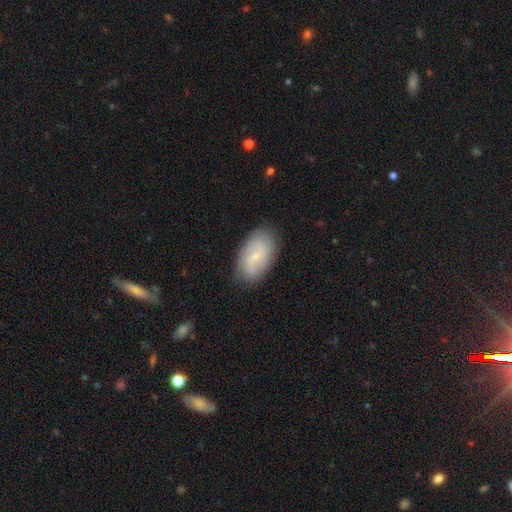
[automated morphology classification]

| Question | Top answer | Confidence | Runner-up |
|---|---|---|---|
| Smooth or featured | featured or disk | 48% | smooth (45%) |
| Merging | none | 82% | minor disturbance (14%) |